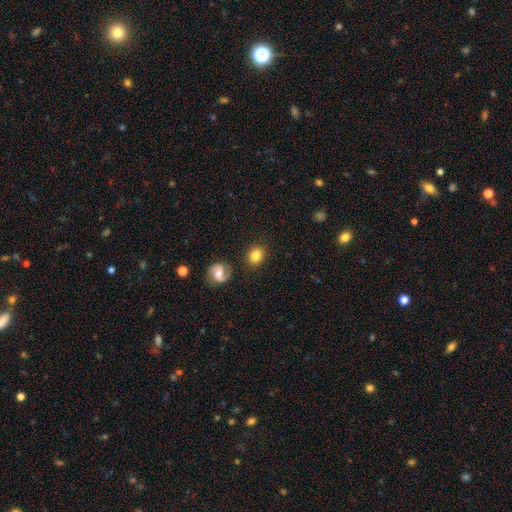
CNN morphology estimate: Smooth or featured?
  - smooth: 82% *
  - featured or disk: 10%
  - star or artifact: 8%
How rounded?
  - round: 66% *
  - in between: 33%
  - cigar-shaped: 1%
Merging?
  - none: 84% *
  - minor disturbance: 10%
  - merger: 4%
  - major disturbance: 3%